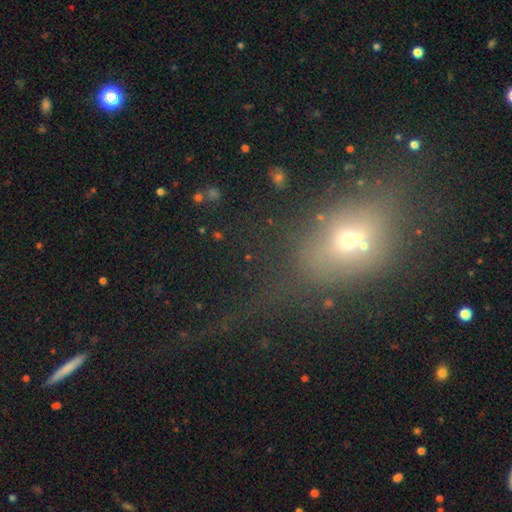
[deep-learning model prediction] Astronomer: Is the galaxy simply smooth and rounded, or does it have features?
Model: smooth — 48% (runner-up: star or artifact, 30%).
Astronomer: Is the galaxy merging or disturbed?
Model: none — 44% (runner-up: major disturbance, 24%).